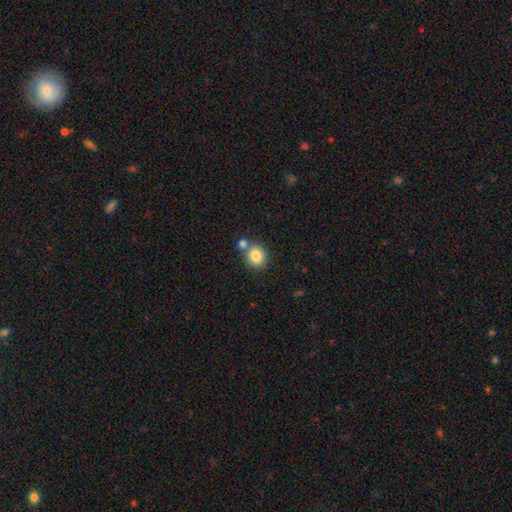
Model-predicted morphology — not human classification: smooth_or_featured: smooth (p=0.84) [alt: star or artifact p=0.09]
how_rounded: round (p=0.72) [alt: in between p=0.27]
merging: none (p=0.60) [alt: merger p=0.26]